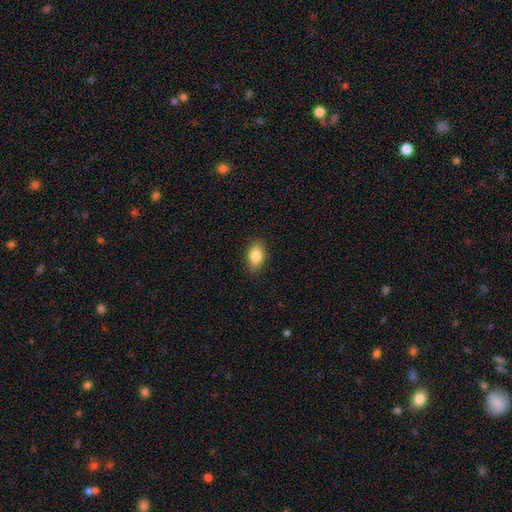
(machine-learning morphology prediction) This is clearly a smooth galaxy (85%). How rounded: clearly in between (89%). Merging: clearly none (87%).